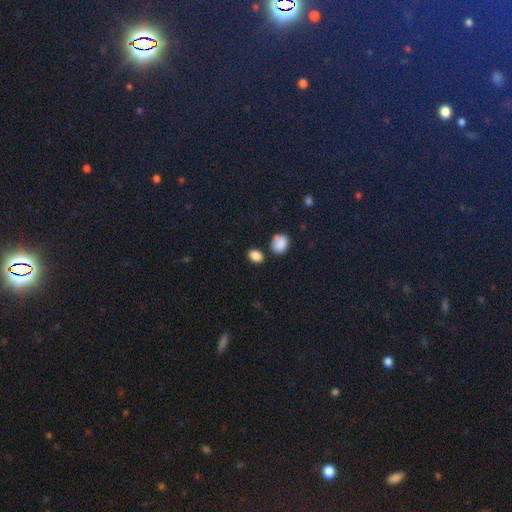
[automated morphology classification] smooth-or-featured: smooth: 86% | star or artifact: 10% | featured or disk: 4%
  how-rounded: in between: 70% | round: 29% | cigar-shaped: 1%
  merging: none: 74% | minor disturbance: 12% | merger: 10% | major disturbance: 3%